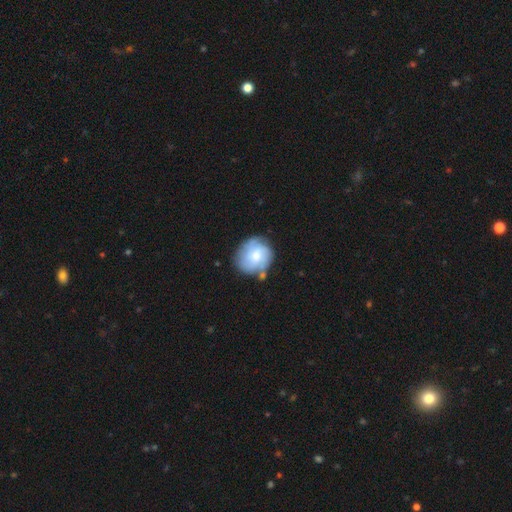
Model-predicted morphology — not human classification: A smooth galaxy with no disk features (52%) that is round (77%).

Vote fractions:
- Smooth or featured? smooth: 52% / featured or disk: 41% / star or artifact: 7%
- How rounded? round: 77% / in between: 22% / cigar-shaped: 1%
- Merging? none: 62% / minor disturbance: 23% / major disturbance: 8% / merger: 7%